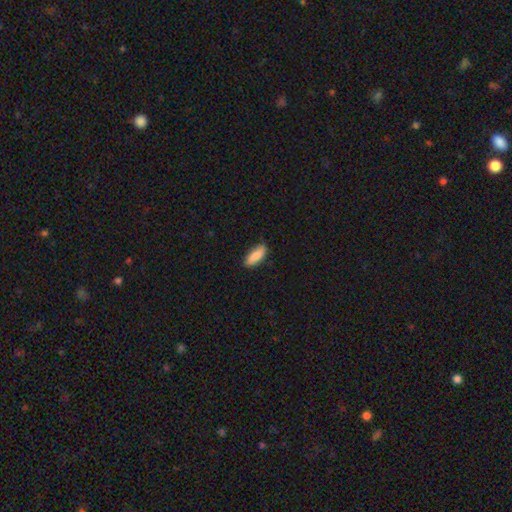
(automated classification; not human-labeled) This is clearly a smooth galaxy (86%). How rounded: likely in between (66%). Merging: clearly none (84%).